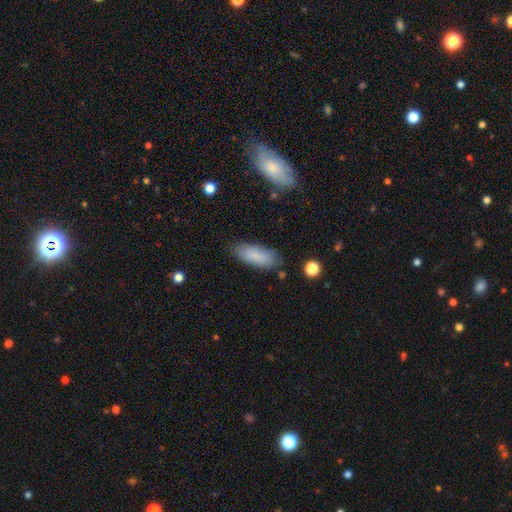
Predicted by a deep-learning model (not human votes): Q: Smooth or featured?
A: smooth (85%); runner-up: featured or disk (9%)
Q: How rounded?
A: in between (72%); runner-up: cigar-shaped (26%)
Q: Merging?
A: none (80%); runner-up: minor disturbance (14%)